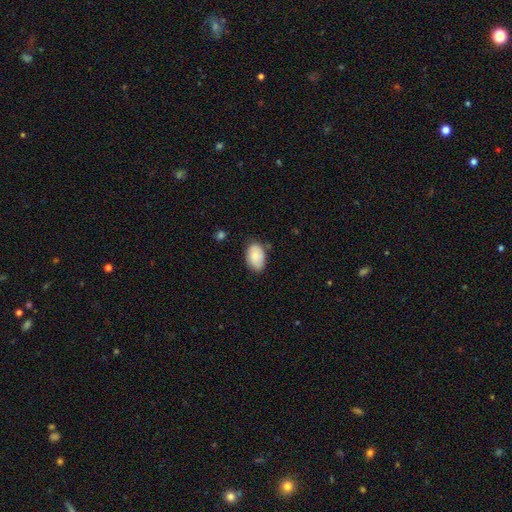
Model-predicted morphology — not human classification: Smooth or featured: smooth — 81% (featured or disk — 13%)
How rounded: in between — 90% (round — 9%)
Merging: none — 74% (minor disturbance — 20%)